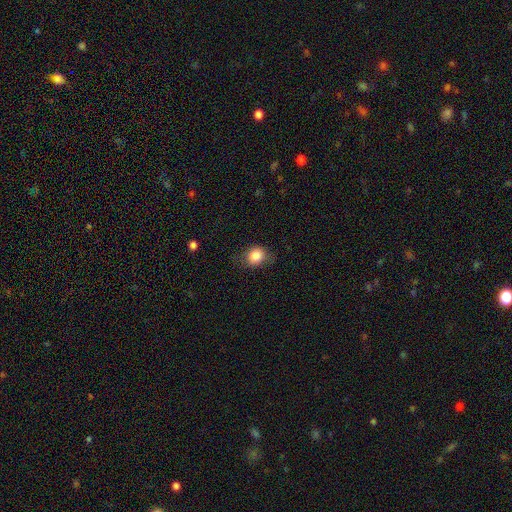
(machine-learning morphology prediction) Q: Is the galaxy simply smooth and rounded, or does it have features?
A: smooth — 84%.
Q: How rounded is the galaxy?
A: round — 61%.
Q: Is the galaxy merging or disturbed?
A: none — 69%.